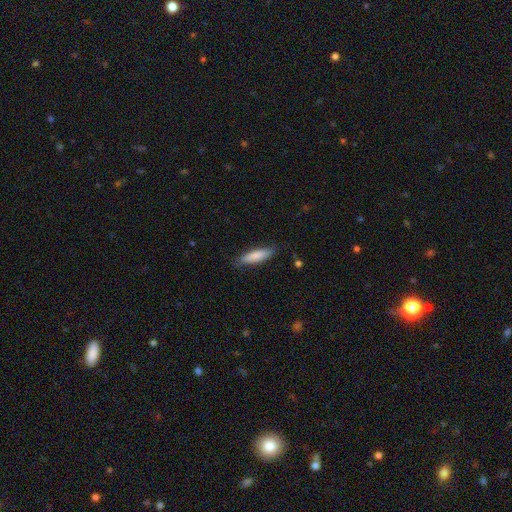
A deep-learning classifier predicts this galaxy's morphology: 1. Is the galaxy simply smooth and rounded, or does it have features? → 82% smooth, 12% featured or disk, 6% star or artifact.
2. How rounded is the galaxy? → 68% cigar-shaped, 30% in between, 1% round.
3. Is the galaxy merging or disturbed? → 82% none, 14% minor disturbance, 3% major disturbance, 1% merger.